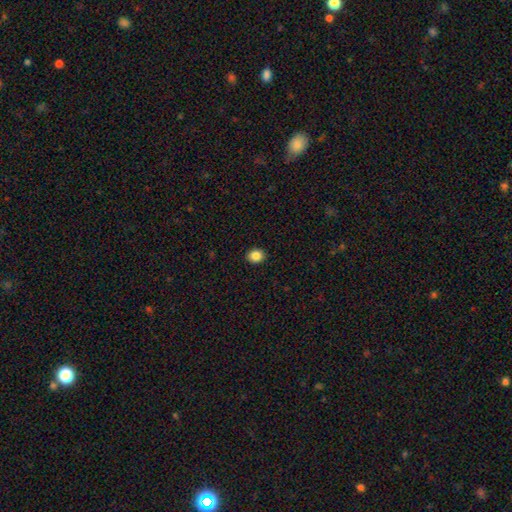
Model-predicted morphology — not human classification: Q: Smooth or featured?
A: smooth (86%); runner-up: star or artifact (10%)
Q: How rounded?
A: round (62%); runner-up: in between (37%)
Q: Merging?
A: none (91%); runner-up: minor disturbance (6%)